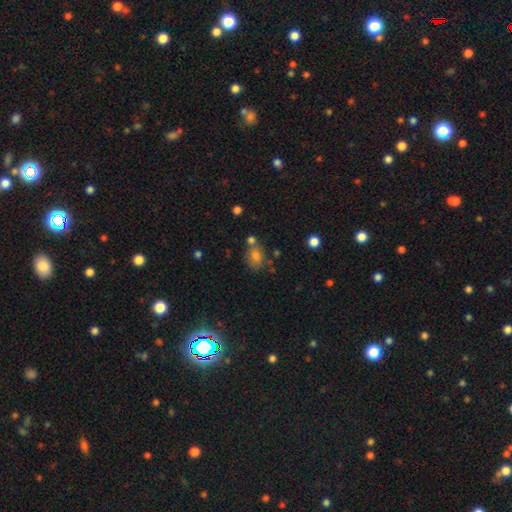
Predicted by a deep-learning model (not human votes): smooth 75%, star or artifact 13%, featured or disk 12%. Down the decision tree: how rounded — in between (61%); merging — none (57%).